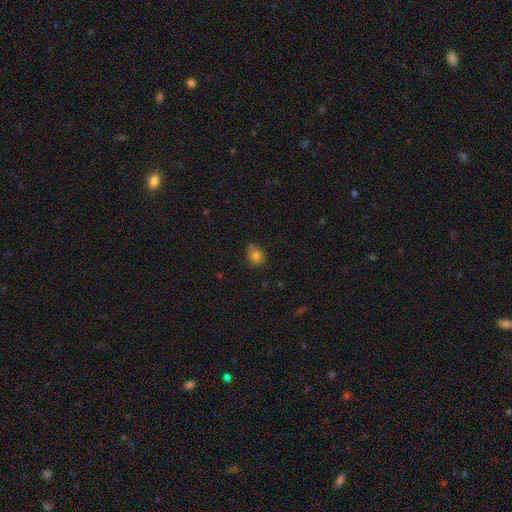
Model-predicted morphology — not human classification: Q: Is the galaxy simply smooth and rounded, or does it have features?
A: smooth — 79%.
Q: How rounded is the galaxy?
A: round — 65%.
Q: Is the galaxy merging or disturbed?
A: none — 63%.